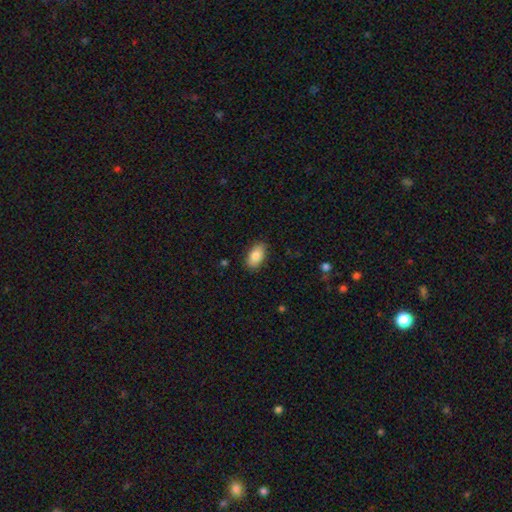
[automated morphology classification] smooth_or_featured: smooth (p=0.84) [alt: featured or disk p=0.09]
how_rounded: in between (p=0.93) [alt: round p=0.04]
merging: none (p=0.86) [alt: minor disturbance p=0.11]